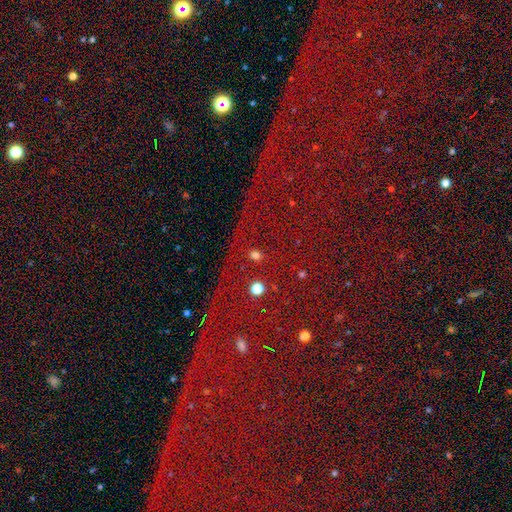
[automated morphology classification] Smooth or featured? star or artifact (63%)